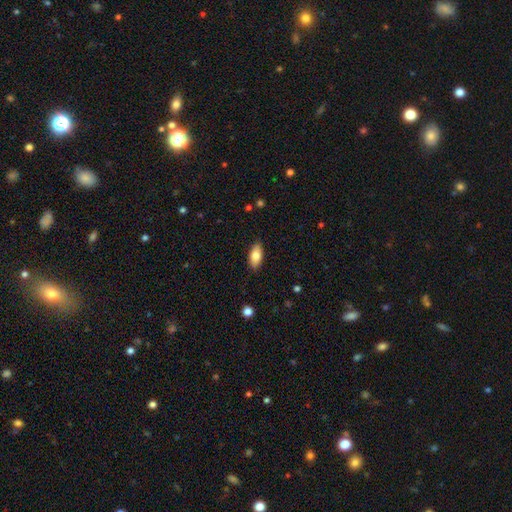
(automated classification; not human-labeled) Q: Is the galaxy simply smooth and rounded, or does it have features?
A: smooth — 79%.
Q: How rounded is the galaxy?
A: in between — 88%.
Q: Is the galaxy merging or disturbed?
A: none — 87%.